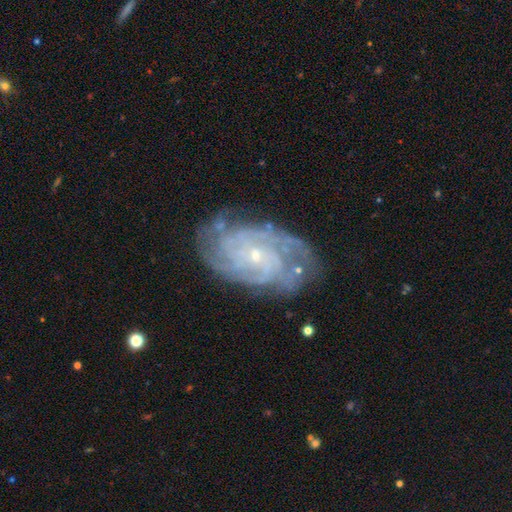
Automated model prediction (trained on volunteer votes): Overall: featured or disk (88%). Edge-on disk: no (97%). Bar: no (74%). Spiral arms: yes (97%). Spiral arm count: can't tell (27%; 4 26%). Spiral winding: tight (71%). Bulge size: small (82%). Merging: none (73%).